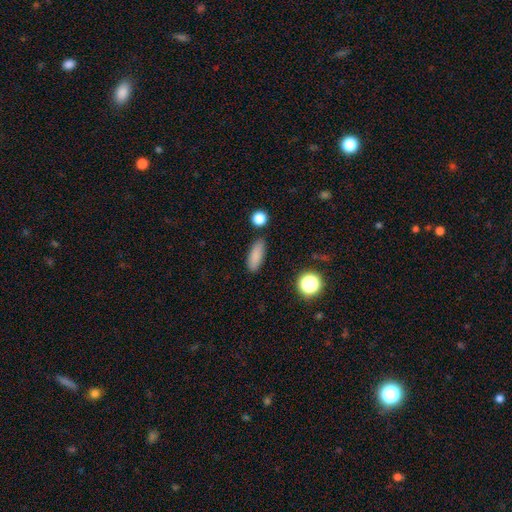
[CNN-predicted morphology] smooth-or-featured: smooth: 84% | star or artifact: 9% | featured or disk: 6%
  how-rounded: in between: 63% | cigar-shaped: 32% | round: 4%
  merging: none: 84% | minor disturbance: 10% | merger: 3% | major disturbance: 3%